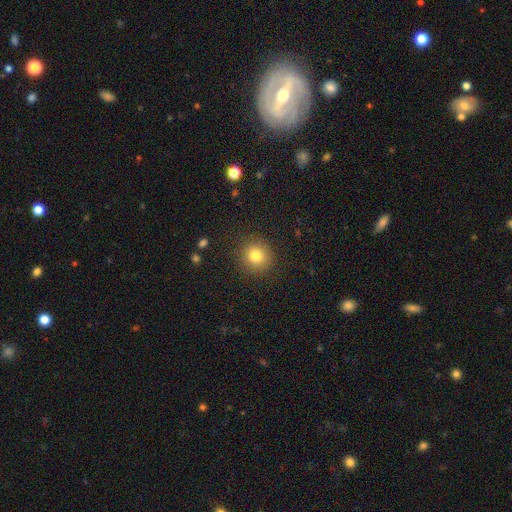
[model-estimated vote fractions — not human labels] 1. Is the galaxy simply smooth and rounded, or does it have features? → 80% smooth, 12% star or artifact, 8% featured or disk.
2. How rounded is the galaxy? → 89% round, 10% in between, 1% cigar-shaped.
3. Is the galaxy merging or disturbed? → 89% none, 7% minor disturbance, 3% major disturbance, 1% merger.